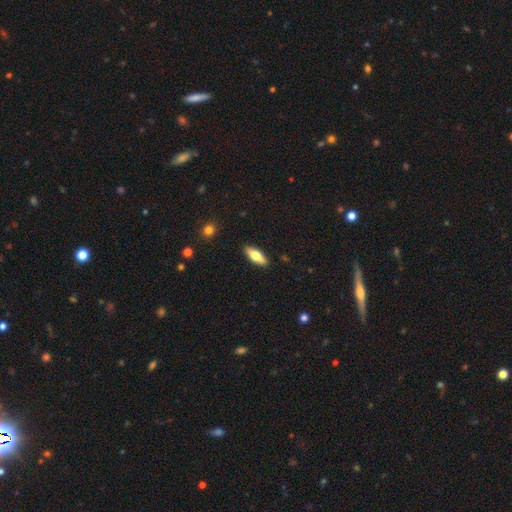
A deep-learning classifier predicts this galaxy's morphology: type=smooth (63%); roundness=in between (66%); merging=none (89%).